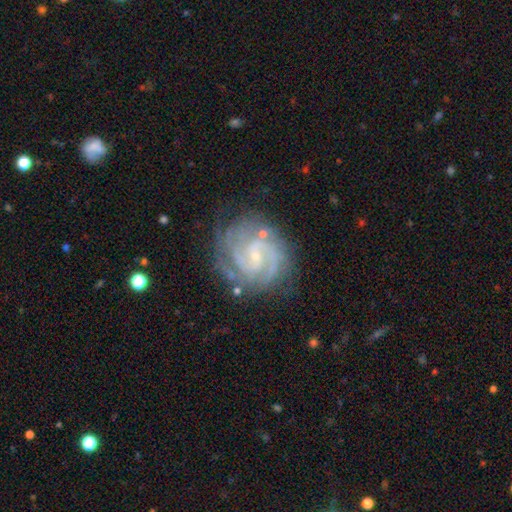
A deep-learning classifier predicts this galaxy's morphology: Smooth or featured?
  - featured or disk: 90% *
  - star or artifact: 5%
  - smooth: 5%
Edge-on disk?
  - no: 98% *
  - yes: 2%
Bar?
  - no: 47% *
  - weak: 43%
  - strong: 11%
Spiral arms?
  - yes: 98% *
  - no: 2%
Spiral winding?
  - tight: 57% *
  - medium: 37%
  - loose: 6%
Spiral arm count?
  - 2: 44% *
  - 3: 25%
  - can't tell: 13%
  - 4: 9%
  - more than 4: 5%
  - 1: 5%
Bulge size?
  - small: 82% *
  - moderate: 13%
  - none: 3%
  - large: 1%
  - dominant: 1%
Merging?
  - none: 74% *
  - minor disturbance: 17%
  - major disturbance: 6%
  - merger: 3%